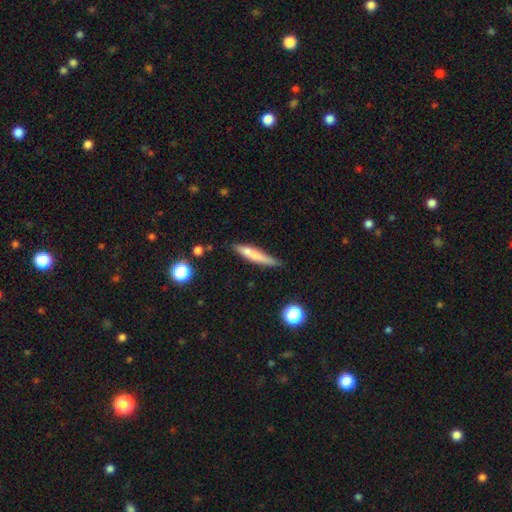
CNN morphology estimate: Smooth or featured? Predicted: smooth (p=0.69). How rounded? Predicted: cigar-shaped (p=0.90). Merging? Predicted: none (p=0.74).